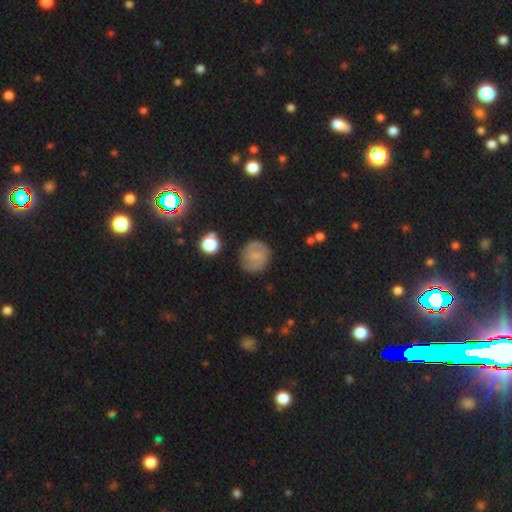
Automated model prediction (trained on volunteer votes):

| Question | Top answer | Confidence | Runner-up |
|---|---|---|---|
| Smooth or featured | featured or disk | 55% | smooth (37%) |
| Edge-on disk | no | 97% | yes (3%) |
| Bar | weak | 48% | no (40%) |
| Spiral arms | yes | 84% | no (16%) |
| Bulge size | small | 50% | moderate (25%) |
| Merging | none | 78% | minor disturbance (15%) |